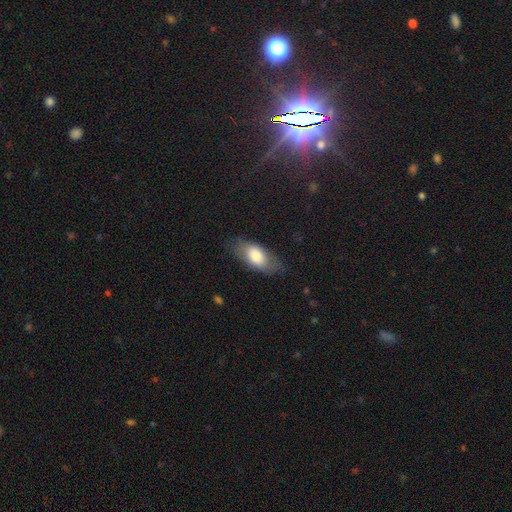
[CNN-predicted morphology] Smooth or featured? Predicted: smooth (p=0.76). How rounded? Predicted: in between (p=0.88). Merging? Predicted: none (p=0.75).